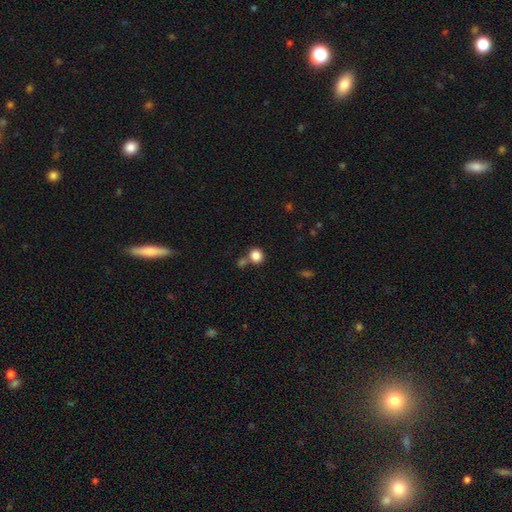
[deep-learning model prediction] Q: Smooth or featured?
A: smooth (85%); runner-up: star or artifact (10%)
Q: How rounded?
A: round (85%); runner-up: in between (14%)
Q: Merging?
A: none (64%); runner-up: merger (23%)